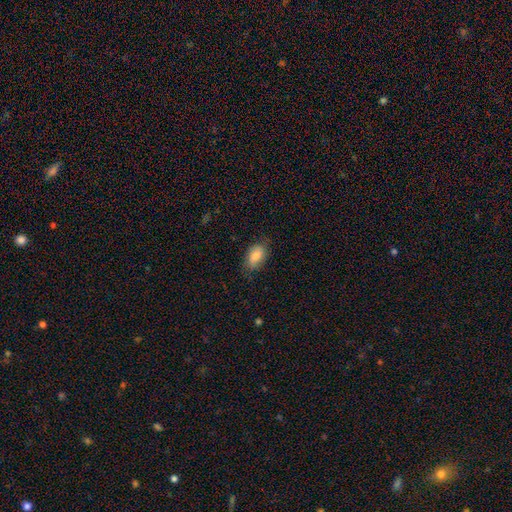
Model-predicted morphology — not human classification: smooth_or_featured: smooth (p=0.84) [alt: featured or disk p=0.09]
how_rounded: in between (p=0.90) [alt: round p=0.08]
merging: none (p=0.74) [alt: minor disturbance p=0.20]